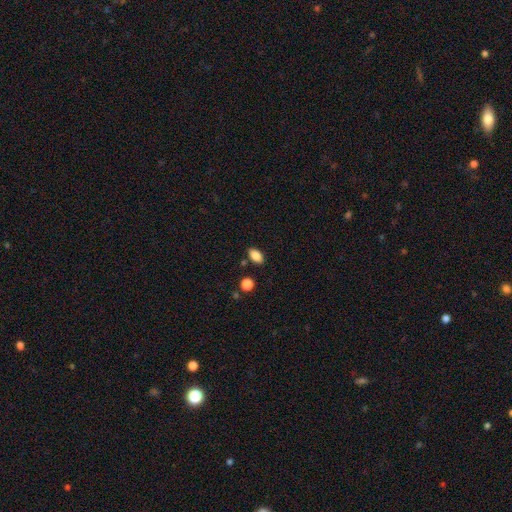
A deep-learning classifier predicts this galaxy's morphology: Q: Smooth or featured?
A: smooth (85%); runner-up: star or artifact (9%)
Q: How rounded?
A: in between (91%); runner-up: round (7%)
Q: Merging?
A: none (84%); runner-up: minor disturbance (10%)